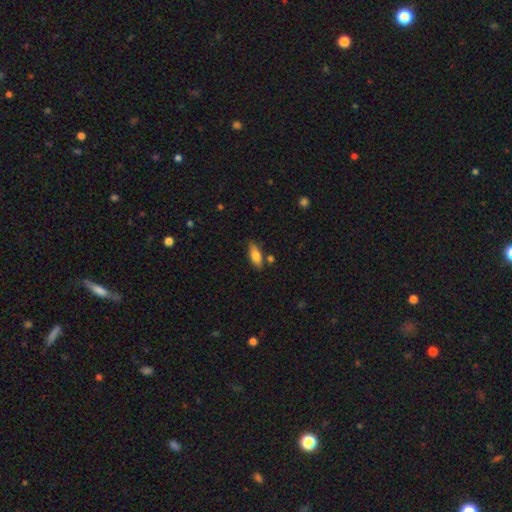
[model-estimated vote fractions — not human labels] smooth-or-featured: smooth: 78% | featured or disk: 16% | star or artifact: 7%
  how-rounded: in between: 80% | cigar-shaped: 17% | round: 3%
  merging: none: 77% | minor disturbance: 14% | merger: 6% | major disturbance: 3%